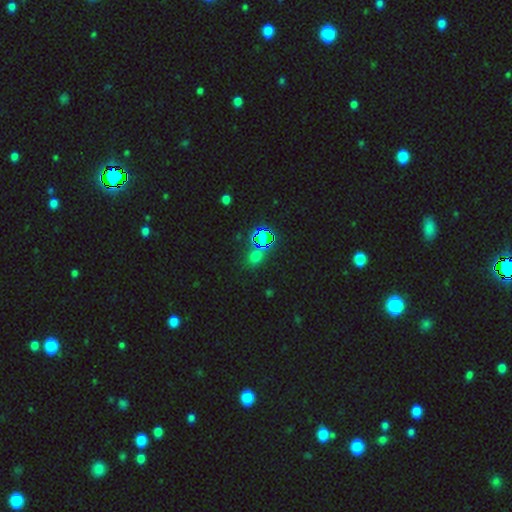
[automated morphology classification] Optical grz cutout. It shows a smooth galaxy with no disk features (49%). Merging: none (76%).